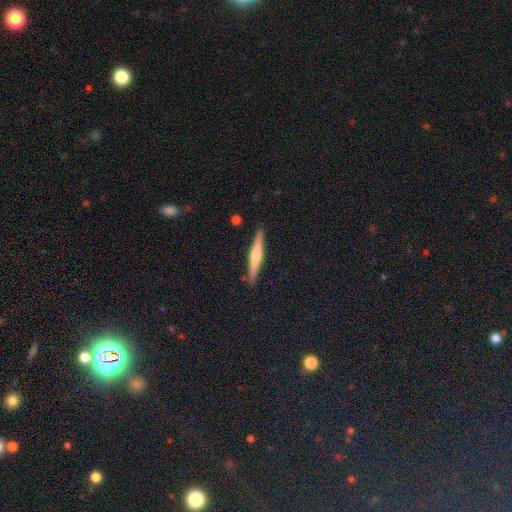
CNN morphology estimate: Smooth or featured: featured or disk — 58% (smooth — 36%)
Edge-on disk: yes — 97% (no — 3%)
Edge-on bulge: rounded — 81% (none — 12%)
Merging: none — 90% (minor disturbance — 7%)